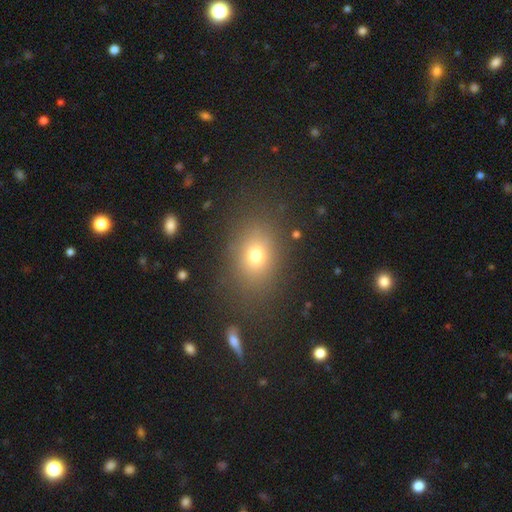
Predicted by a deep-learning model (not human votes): The model was most divided on "how rounded": in between: 60%, round: 38%, cigar-shaped: 2%. More confident: merging — none (82%); smooth or featured — smooth (72%).